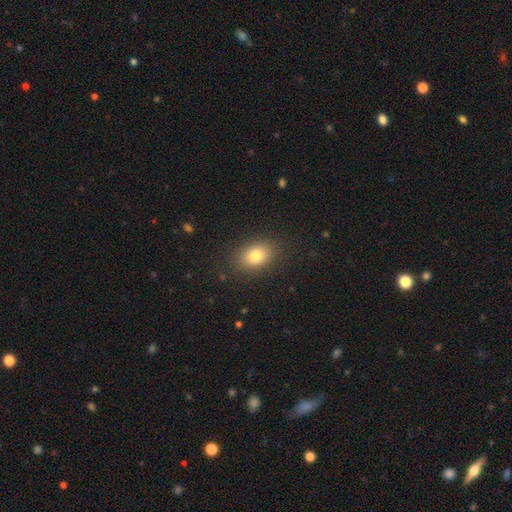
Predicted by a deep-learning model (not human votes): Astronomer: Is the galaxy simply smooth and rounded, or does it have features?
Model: smooth — 80%.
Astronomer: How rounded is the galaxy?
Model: in between — 74%.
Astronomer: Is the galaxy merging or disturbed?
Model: none — 86%.